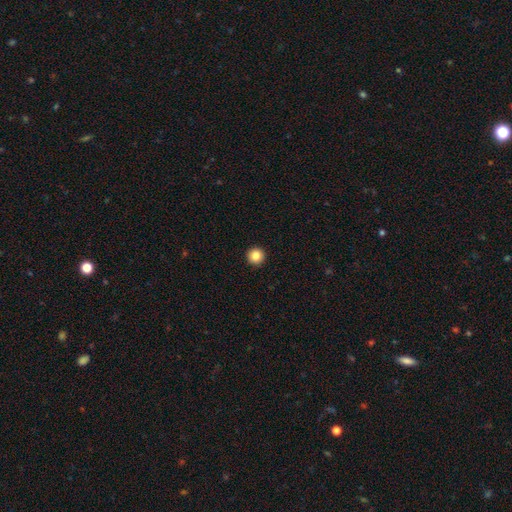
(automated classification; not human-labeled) Smooth or featured? smooth (85%)
How rounded? round (96%)
Merging? none (94%)